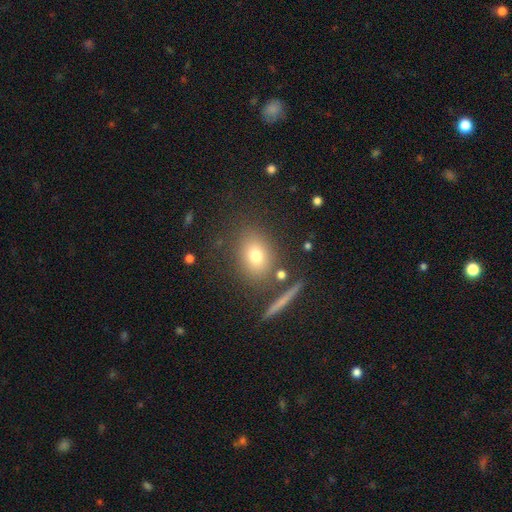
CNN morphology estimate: smooth-or-featured: smooth: 72% | featured or disk: 14% | star or artifact: 14%
  how-rounded: in between: 52% | round: 45% | cigar-shaped: 3%
  merging: none: 77% | minor disturbance: 11% | merger: 7% | major disturbance: 5%